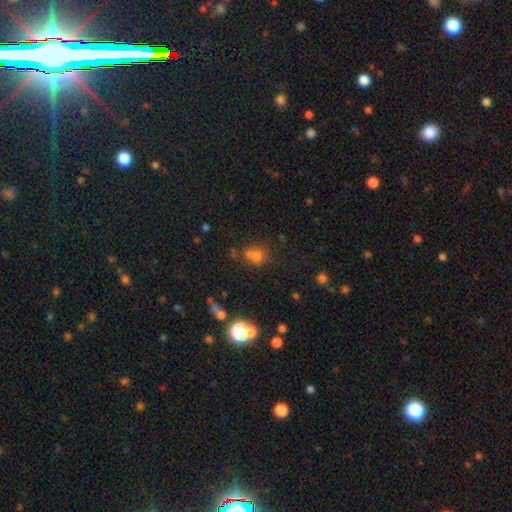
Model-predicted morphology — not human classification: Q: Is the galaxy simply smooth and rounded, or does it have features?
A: smooth — 63%.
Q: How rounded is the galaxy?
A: round — 68%.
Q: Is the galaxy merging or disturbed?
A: none — 54%.